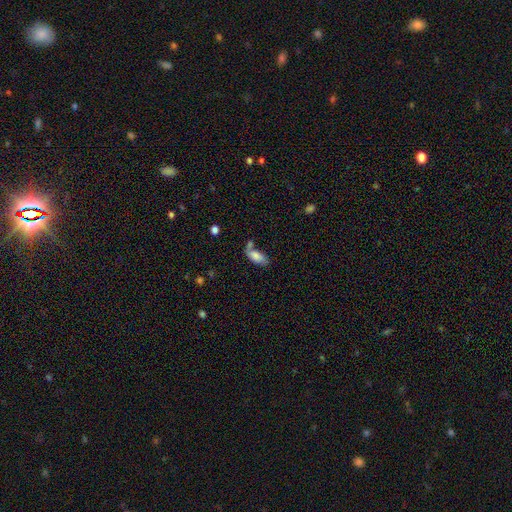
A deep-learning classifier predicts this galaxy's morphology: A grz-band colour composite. It shows a smooth galaxy with no disk features (76%) that is in between round and cigar-shaped (86%). Merging: none (42%).